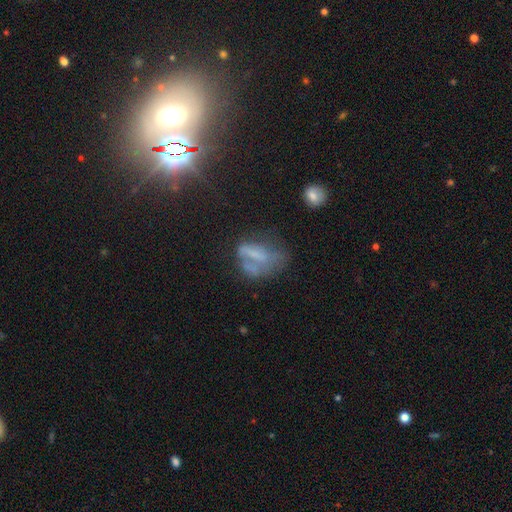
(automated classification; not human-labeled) This is marginally a smooth galaxy (41%). Merging: marginally major disturbance (36%).